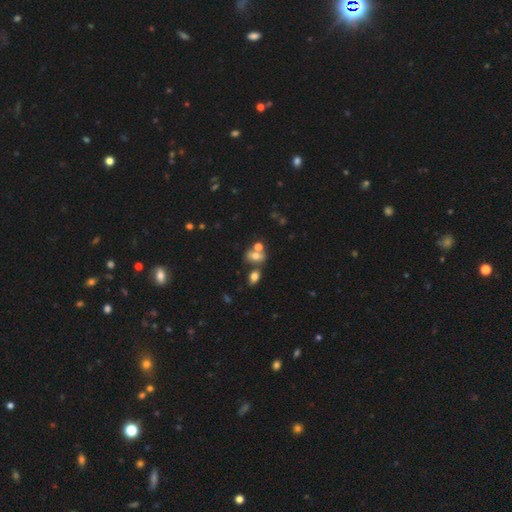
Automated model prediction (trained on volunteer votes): Morphology: type=smooth (65%); roundness=in between (63%); merging=merger (47%).